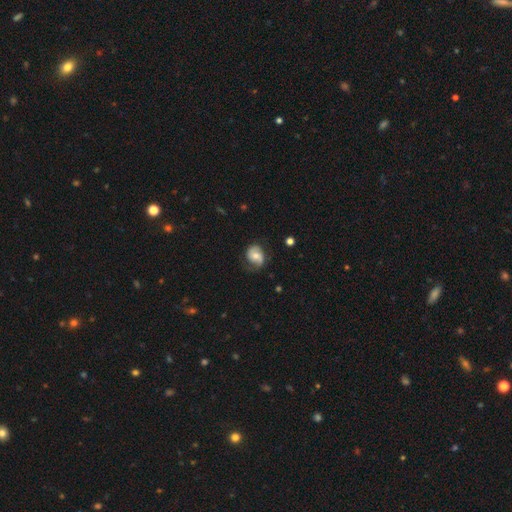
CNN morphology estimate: This appears to be a featured or disk galaxy (55%) with no bar (63%), spiral arms (84%) and a moderate central bulge (57%). Merging: none (60%).